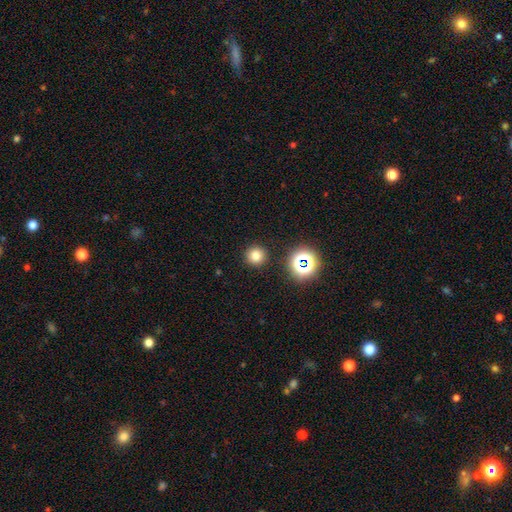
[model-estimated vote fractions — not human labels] smooth_or_featured: smooth (p=0.76) [alt: star or artifact p=0.17]
how_rounded: round (p=0.94) [alt: in between p=0.05]
merging: none (p=0.90) [alt: minor disturbance p=0.06]